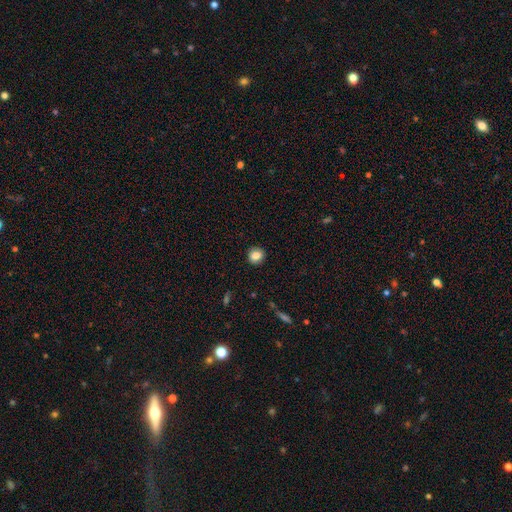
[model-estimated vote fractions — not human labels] Smooth or featured? smooth (83%)
How rounded? round (84%)
Merging? none (90%)